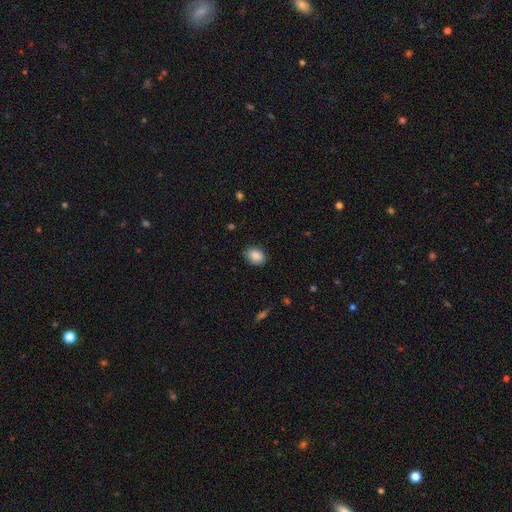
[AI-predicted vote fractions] Smooth or featured: smooth — 88% (star or artifact — 8%)
How rounded: in between — 69% (round — 30%)
Merging: none — 84% (minor disturbance — 12%)